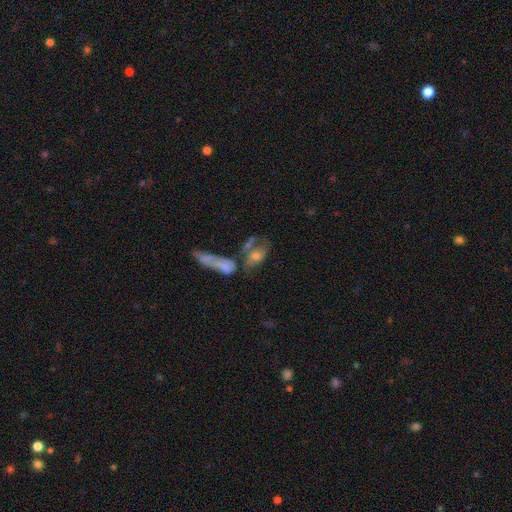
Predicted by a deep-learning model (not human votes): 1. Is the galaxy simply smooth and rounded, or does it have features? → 49% smooth, 41% featured or disk, 10% star or artifact.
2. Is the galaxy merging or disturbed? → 47% merger, 22% none, 17% major disturbance, 13% minor disturbance.